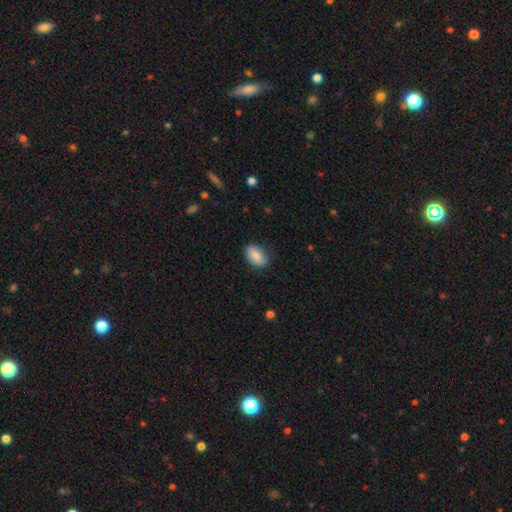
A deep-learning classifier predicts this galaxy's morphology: type=smooth (81%); roundness=in between (87%); merging=none (76%).